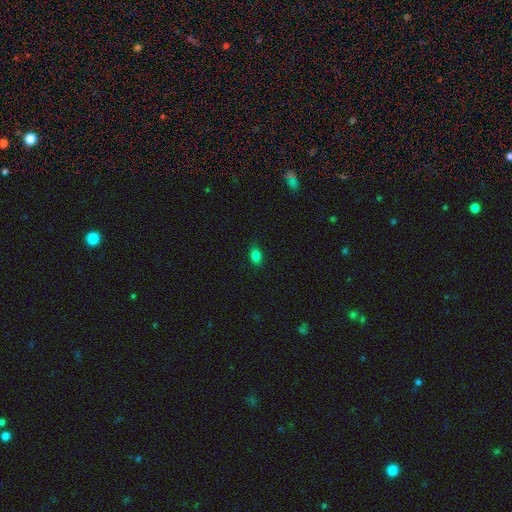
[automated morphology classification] Smooth or featured? Predicted: smooth (p=0.82). How rounded? Predicted: in between (p=0.77). Merging? Predicted: none (p=0.83).